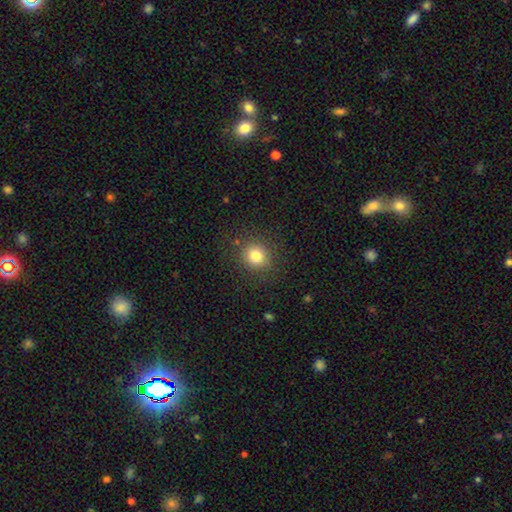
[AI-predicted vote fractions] The model was most divided on "smooth or featured": smooth: 79%, star or artifact: 13%, featured or disk: 8%. More confident: merging — none (86%); how rounded — round (85%).